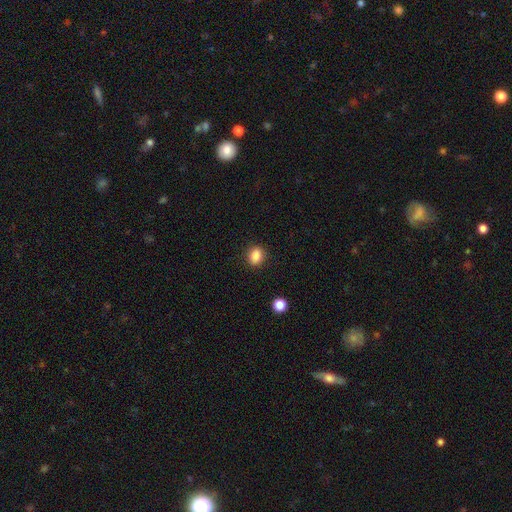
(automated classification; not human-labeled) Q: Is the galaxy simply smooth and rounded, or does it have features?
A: smooth — 87%.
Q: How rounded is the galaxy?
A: in between — 61%.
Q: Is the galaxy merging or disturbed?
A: none — 87%.